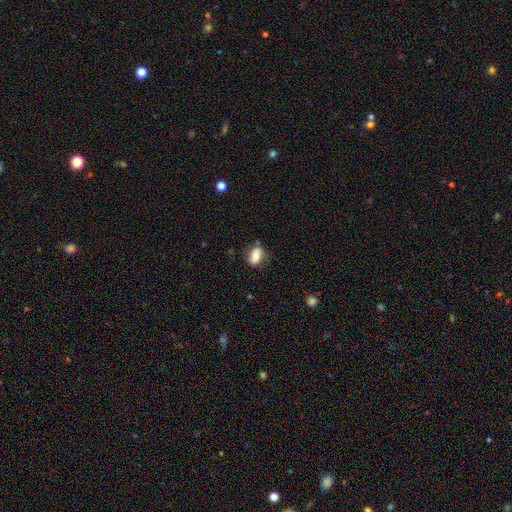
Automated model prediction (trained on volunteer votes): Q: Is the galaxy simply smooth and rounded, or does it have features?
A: smooth — 73%.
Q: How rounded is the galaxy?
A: in between — 82%.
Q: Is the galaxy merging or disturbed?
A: none — 68%.